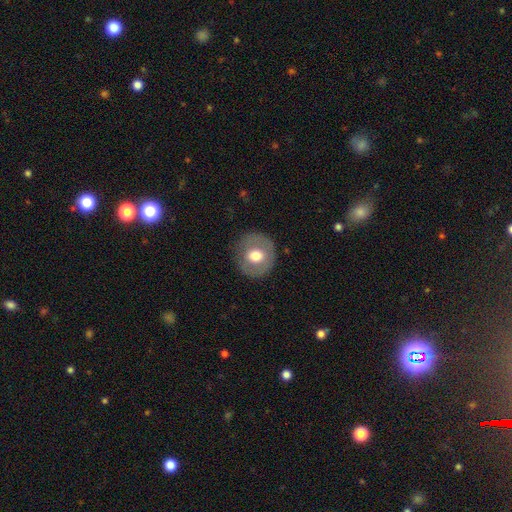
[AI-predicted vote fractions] Smooth or featured?
  - smooth: 61% *
  - featured or disk: 31%
  - star or artifact: 7%
How rounded?
  - round: 89% *
  - in between: 10%
  - cigar-shaped: 1%
Merging?
  - none: 84% *
  - minor disturbance: 11%
  - major disturbance: 4%
  - merger: 1%